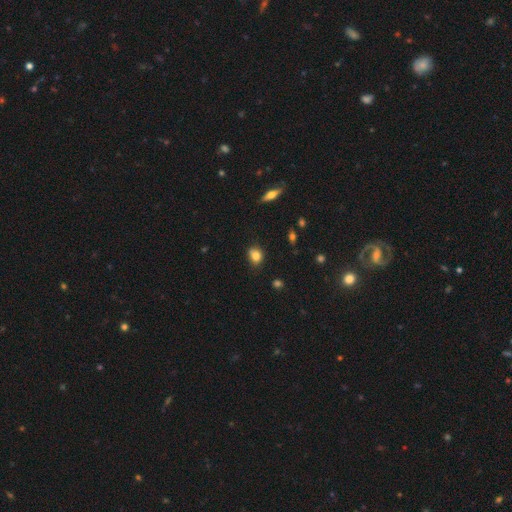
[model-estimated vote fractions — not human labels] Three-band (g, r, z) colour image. It shows a smooth galaxy with no disk features (81%) that is round (53%). Merging: none (72%).